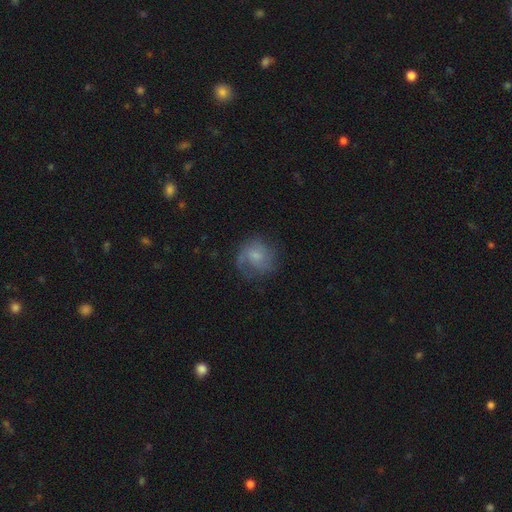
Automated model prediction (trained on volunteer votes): A smooth galaxy with no disk features (46%).

Vote fractions:
- Smooth or featured? smooth: 46% / featured or disk: 44% / star or artifact: 10%
- Merging? none: 57% / minor disturbance: 22% / major disturbance: 19% / merger: 2%